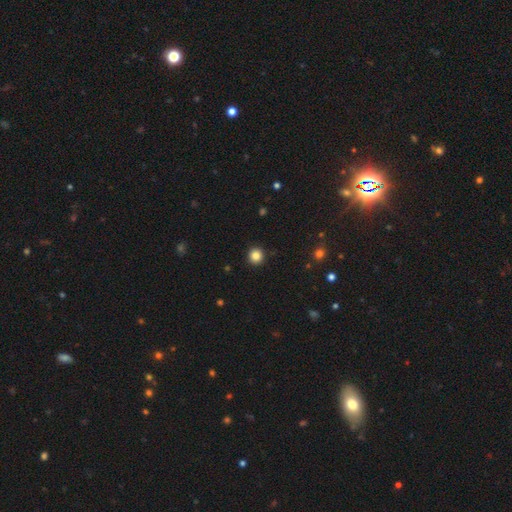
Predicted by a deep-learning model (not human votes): A smooth galaxy with no disk features (85%) that is round (94%).

Vote fractions:
- Smooth or featured? smooth: 85% / star or artifact: 11% / featured or disk: 4%
- How rounded? round: 94% / in between: 5% / cigar-shaped: 1%
- Merging? none: 93% / minor disturbance: 4% / major disturbance: 2% / merger: 1%